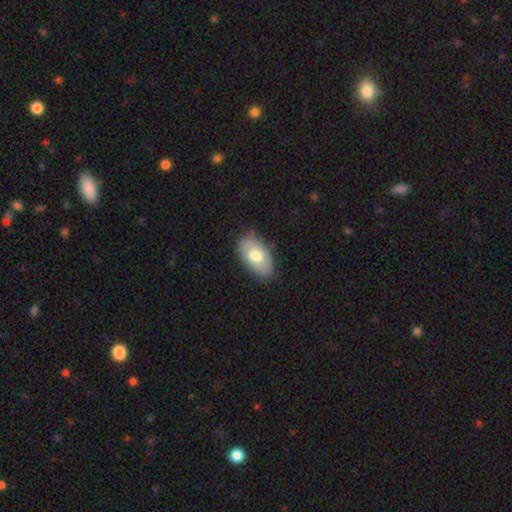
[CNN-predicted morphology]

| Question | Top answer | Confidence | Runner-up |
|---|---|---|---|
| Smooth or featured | smooth | 71% | featured or disk (23%) |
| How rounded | in between | 93% | round (5%) |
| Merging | none | 79% | minor disturbance (16%) |